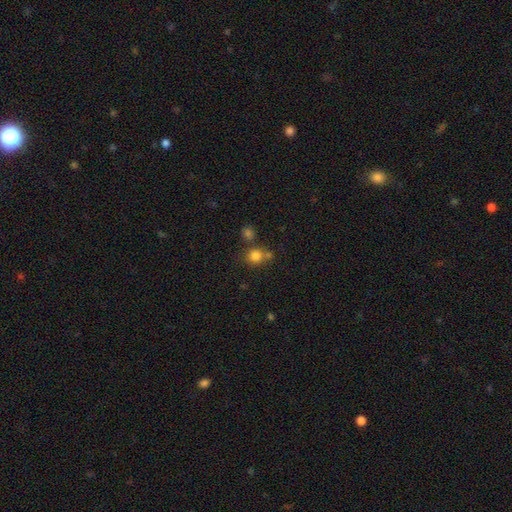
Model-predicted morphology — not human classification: smooth_or_featured: smooth (p=0.81) [alt: star or artifact p=0.13]
how_rounded: round (p=0.84) [alt: in between p=0.15]
merging: none (p=0.63) [alt: merger p=0.21]